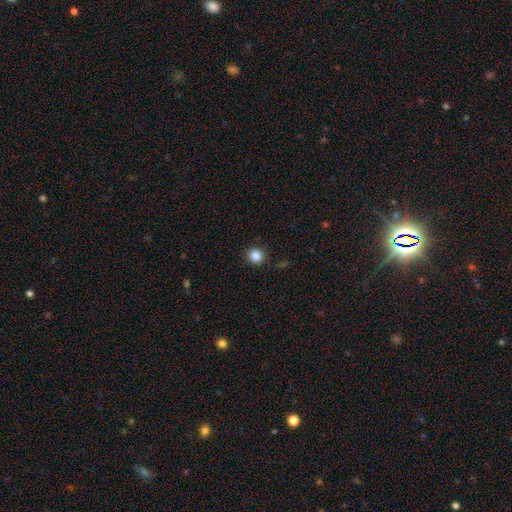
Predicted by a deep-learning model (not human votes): This is clearly a smooth galaxy (85%). How rounded: clearly round (86%). Merging: clearly none (89%).